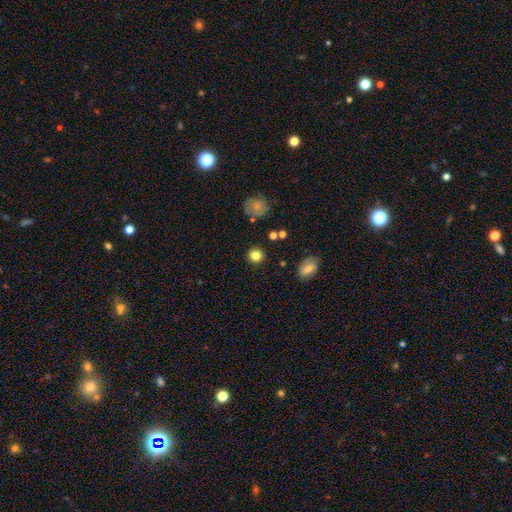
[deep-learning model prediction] This appears to be a smooth galaxy with no disk features (82%) that is round (92%). Merging: none (88%).